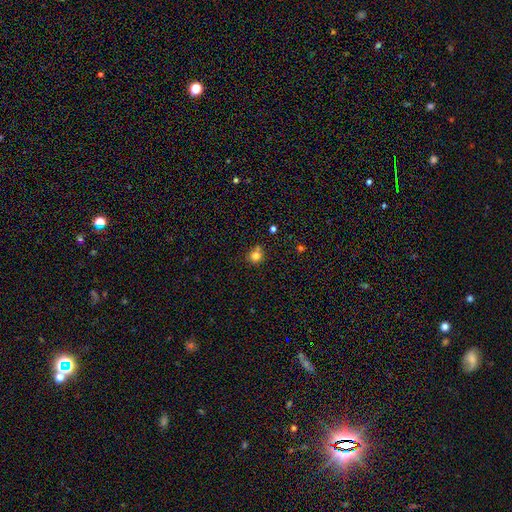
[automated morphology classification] Overall: smooth (80%). How rounded: round (85%). Merging: none (60%).